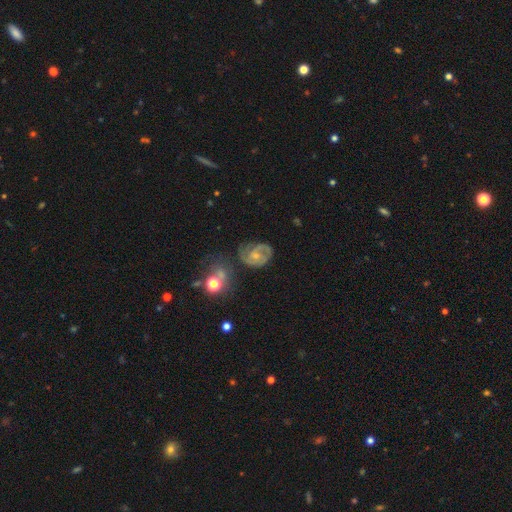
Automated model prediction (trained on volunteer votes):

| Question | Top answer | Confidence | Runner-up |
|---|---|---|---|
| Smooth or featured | featured or disk | 78% | smooth (14%) |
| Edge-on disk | no | 98% | yes (2%) |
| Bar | no | 65% | weak (30%) |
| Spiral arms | yes | 93% | no (7%) |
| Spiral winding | tight | 44% | tied: medium (44%) |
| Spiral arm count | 2 | 46% | 3 (23%) |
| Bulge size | small | 65% | moderate (27%) |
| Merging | none | 52% | minor disturbance (26%) |